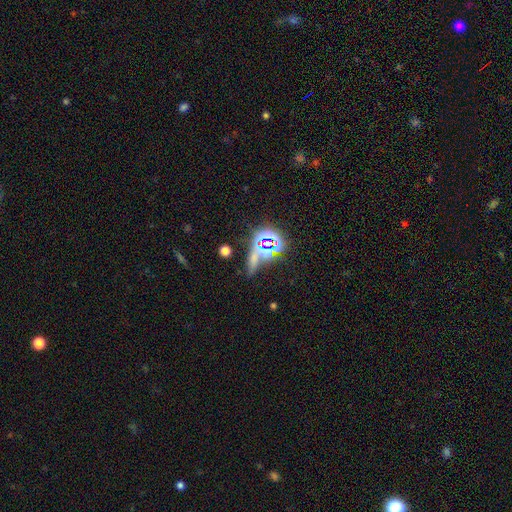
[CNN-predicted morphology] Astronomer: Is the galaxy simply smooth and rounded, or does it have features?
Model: star or artifact — 60%.